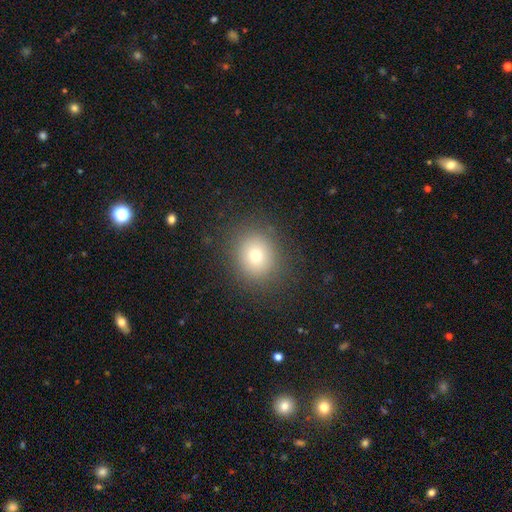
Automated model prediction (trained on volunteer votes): Smooth or featured? smooth (73%)
How rounded? round (75%)
Merging? none (87%)